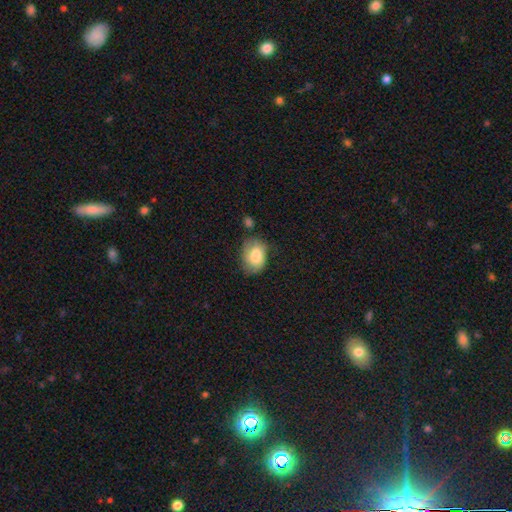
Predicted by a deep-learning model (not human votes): smooth-or-featured: smooth: 78% | featured or disk: 14% | star or artifact: 7%
  how-rounded: in between: 71% | round: 28% | cigar-shaped: 1%
  merging: none: 52% | minor disturbance: 31% | major disturbance: 10% | merger: 6%